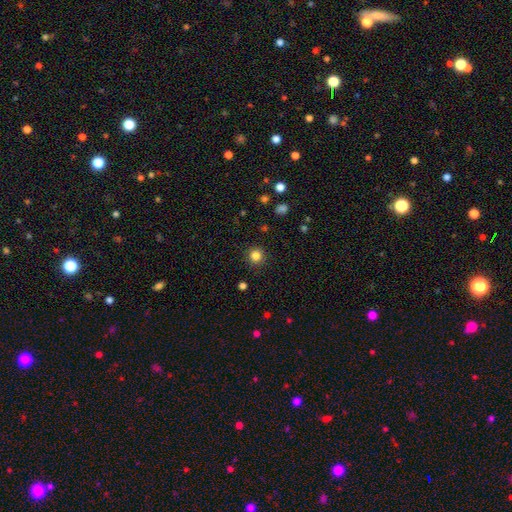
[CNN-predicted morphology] Overall: smooth (83%). How rounded: round (94%). Merging: none (91%).